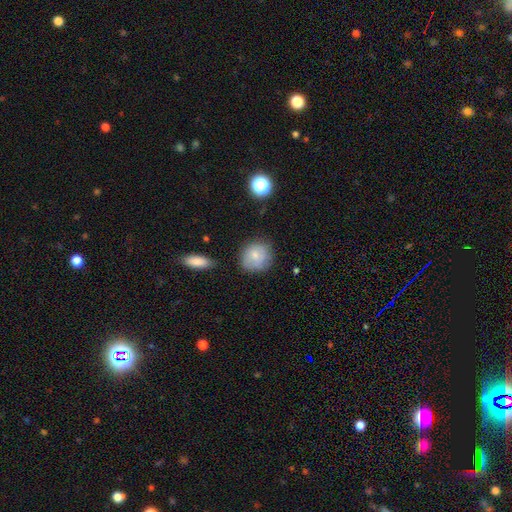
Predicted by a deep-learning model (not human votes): Morphology: type=smooth (72%); roundness=round (84%); merging=none (72%).